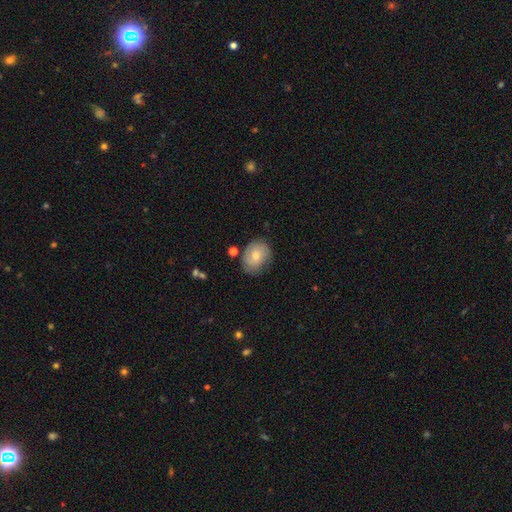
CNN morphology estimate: Smooth or featured? smooth (66%)
How rounded? in between (59%)
Merging? none (70%)